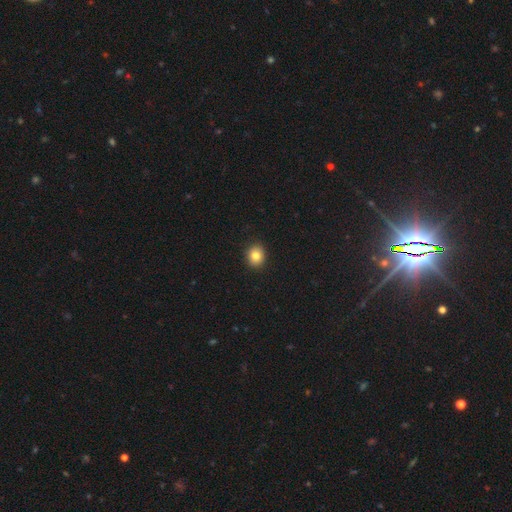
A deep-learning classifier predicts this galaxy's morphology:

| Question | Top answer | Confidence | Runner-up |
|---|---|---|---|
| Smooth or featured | smooth | 82% | star or artifact (10%) |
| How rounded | round | 73% | in between (26%) |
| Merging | none | 92% | minor disturbance (6%) |